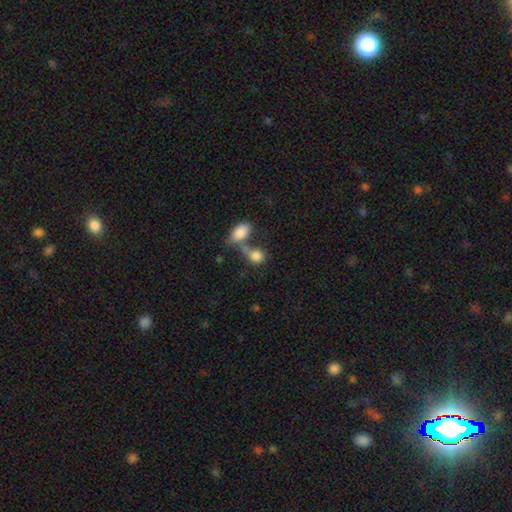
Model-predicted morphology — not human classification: smooth 84%, featured or disk 8%, star or artifact 8%. Down the decision tree: how rounded — in between (60%); merging — merger (54%).